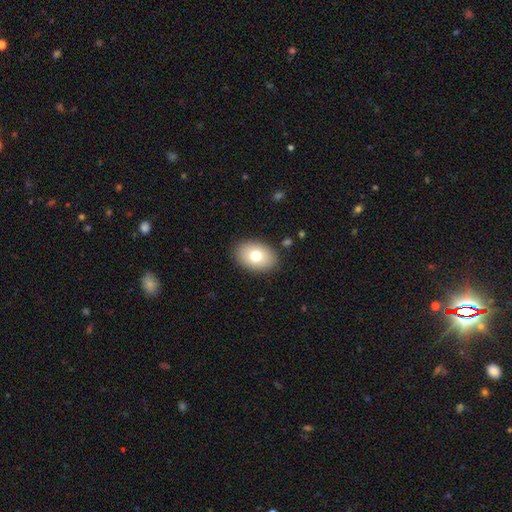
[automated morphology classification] Smooth or featured?
  - smooth: 74% *
  - featured or disk: 17%
  - star or artifact: 9%
How rounded?
  - in between: 82% *
  - round: 17%
  - cigar-shaped: 1%
Merging?
  - none: 88% *
  - minor disturbance: 9%
  - major disturbance: 2%
  - merger: 1%